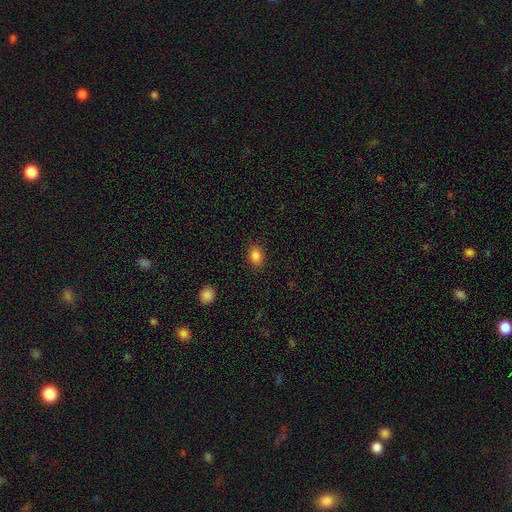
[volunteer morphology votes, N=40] Smooth or featured: smooth — 88% (star or artifact — 8%)
How rounded: in between — 77% (round — 23%)
Merging: none — 86% (minor disturbance — 8%)